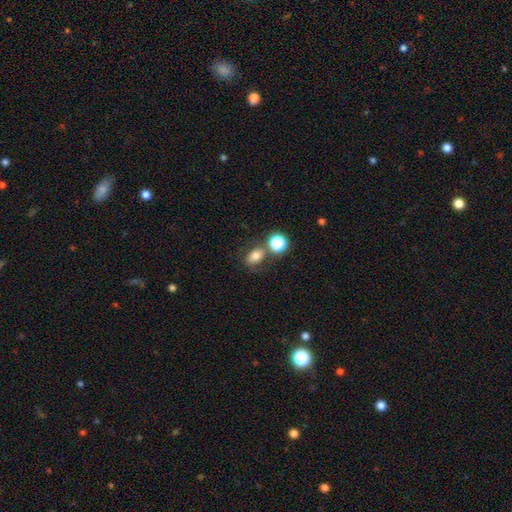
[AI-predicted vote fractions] Q: Smooth or featured?
A: smooth (71%); runner-up: star or artifact (15%)
Q: How rounded?
A: in between (67%); runner-up: round (31%)
Q: Merging?
A: none (56%); runner-up: merger (22%)